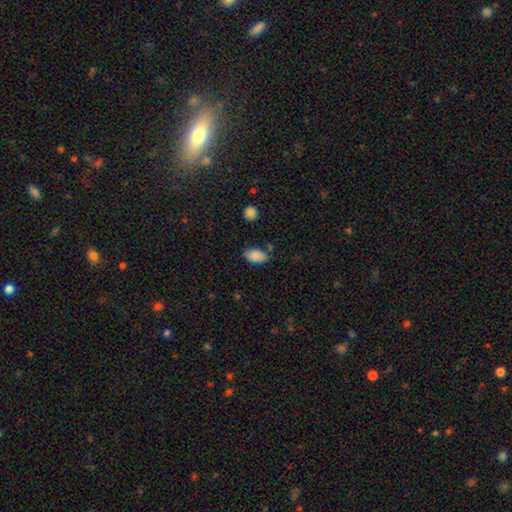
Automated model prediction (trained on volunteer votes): Smooth or featured? Predicted: smooth (p=0.87). How rounded? Predicted: in between (p=0.93). Merging? Predicted: none (p=0.73).